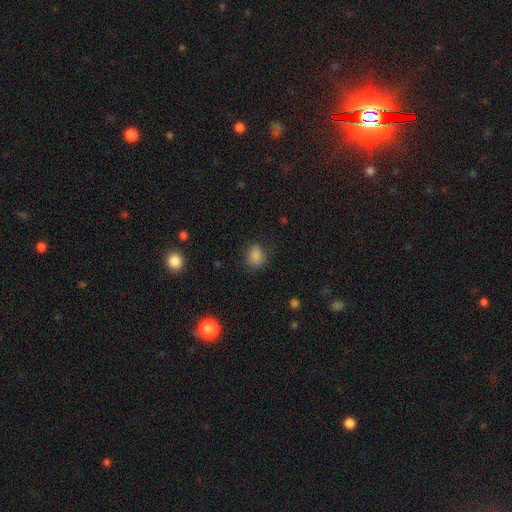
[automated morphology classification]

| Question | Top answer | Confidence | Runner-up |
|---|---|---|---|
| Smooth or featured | smooth | 85% | star or artifact (11%) |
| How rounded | in between | 53% | round (46%) |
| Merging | none | 75% | minor disturbance (18%) |